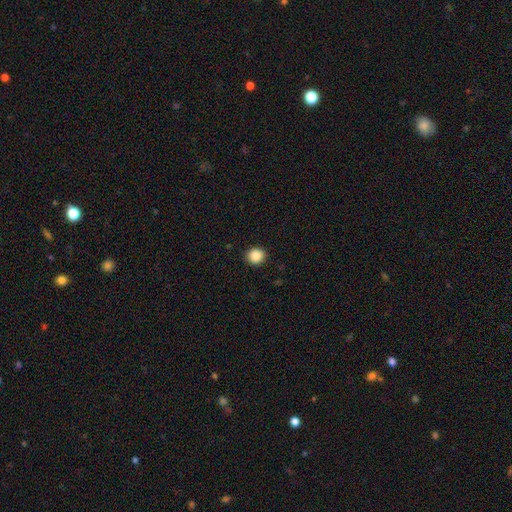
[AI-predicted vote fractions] Q: Smooth or featured?
A: smooth (88%); runner-up: star or artifact (9%)
Q: How rounded?
A: round (86%); runner-up: in between (13%)
Q: Merging?
A: none (91%); runner-up: minor disturbance (6%)